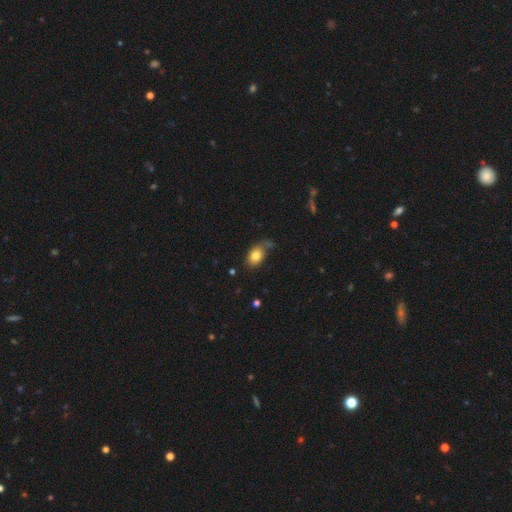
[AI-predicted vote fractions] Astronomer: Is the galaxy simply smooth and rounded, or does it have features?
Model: smooth — 80%.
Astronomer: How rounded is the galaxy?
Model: in between — 76%.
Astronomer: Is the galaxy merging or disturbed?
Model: none — 57%.